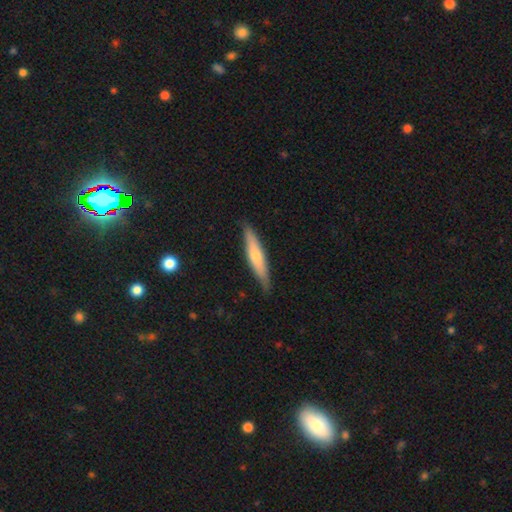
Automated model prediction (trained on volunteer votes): This is possibly a smooth galaxy (51%). How rounded: clearly cigar-shaped (87%). Merging: clearly none (85%).